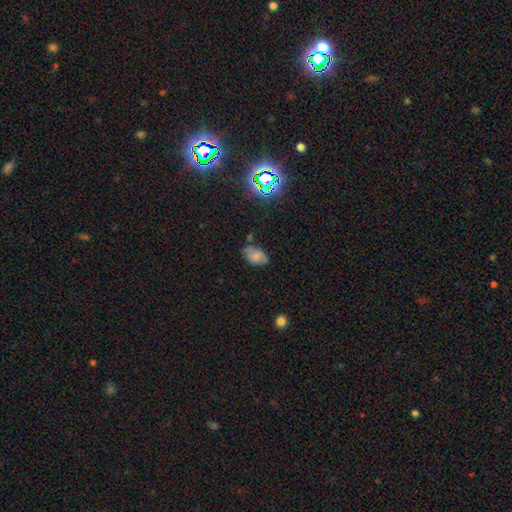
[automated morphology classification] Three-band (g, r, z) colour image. It shows a smooth galaxy with no disk features (66%) that is in between round and cigar-shaped (91%). Merging: none (65%).